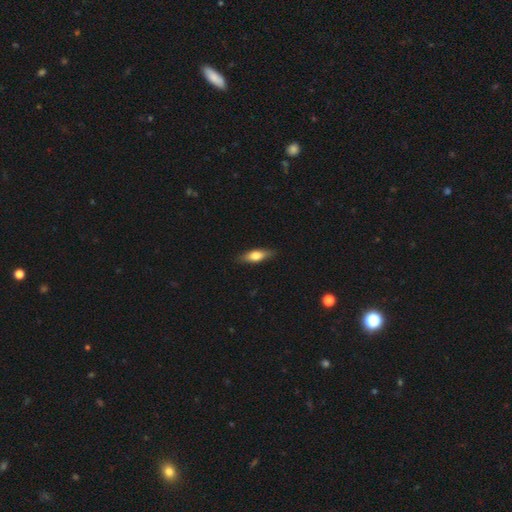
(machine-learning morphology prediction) Smooth or featured: smooth — 67% (featured or disk — 27%)
How rounded: in between — 57% (cigar-shaped — 41%)
Merging: none — 86% (minor disturbance — 11%)